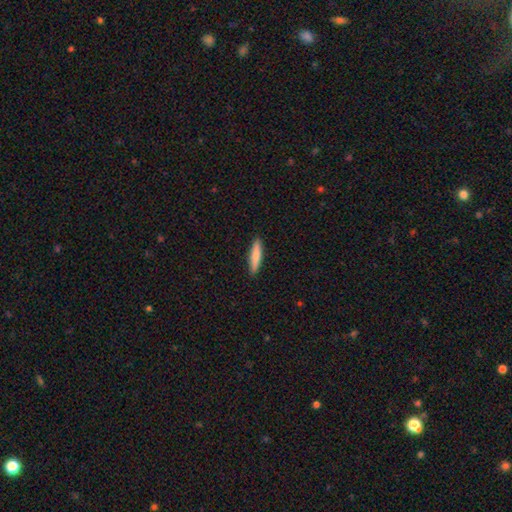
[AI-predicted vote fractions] Morphology: type=smooth (80%); roundness=cigar-shaped (85%); merging=none (91%).